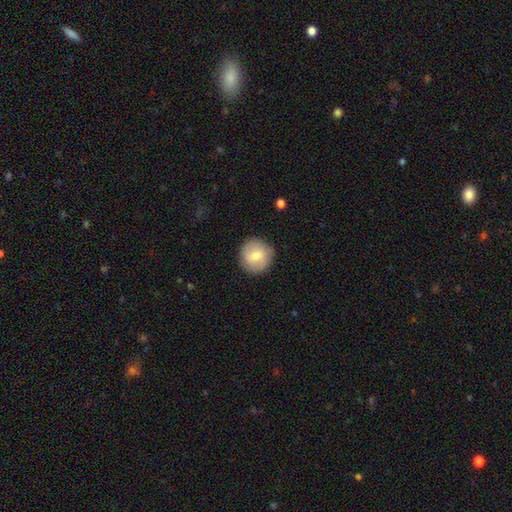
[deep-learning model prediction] This is likely a smooth galaxy (70%). How rounded: clearly round (94%). Merging: clearly none (88%).